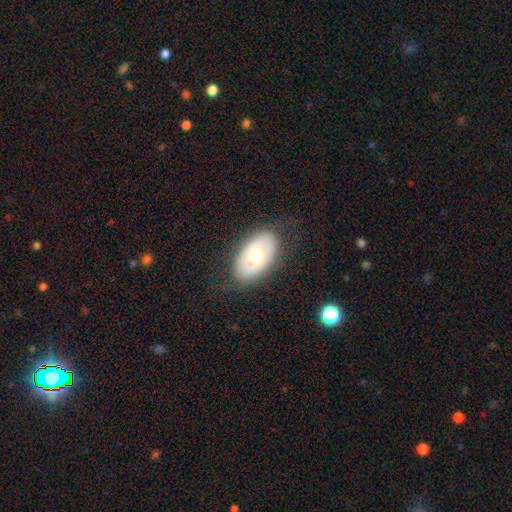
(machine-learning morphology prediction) Smooth or featured? Predicted: smooth (p=0.55). How rounded? Predicted: in between (p=0.91). Merging? Predicted: none (p=0.79).